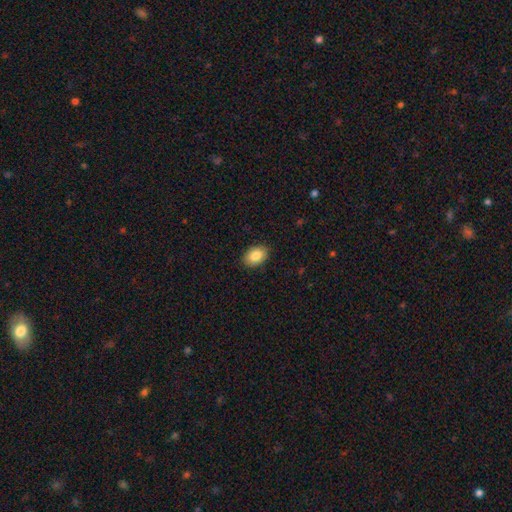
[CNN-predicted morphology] Smooth or featured? Predicted: smooth (p=0.85). How rounded? Predicted: in between (p=0.86). Merging? Predicted: none (p=0.88).